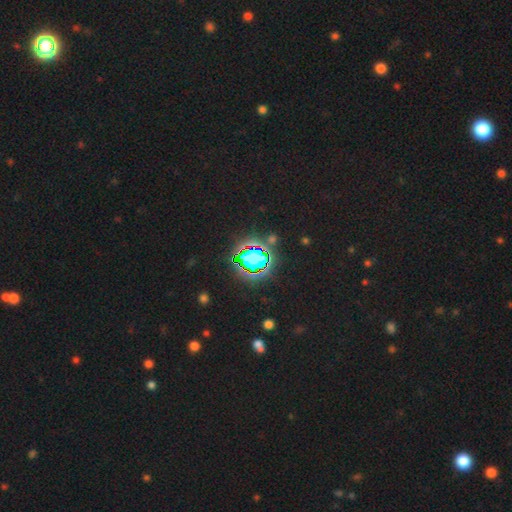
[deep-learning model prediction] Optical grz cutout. It shows a star or artifact, not a galaxy (77%).